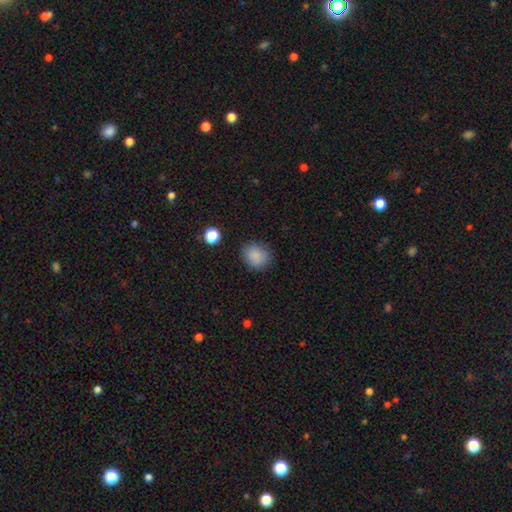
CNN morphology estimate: A smooth galaxy with no disk features (86%) that is round (73%). Merging: none (83%).